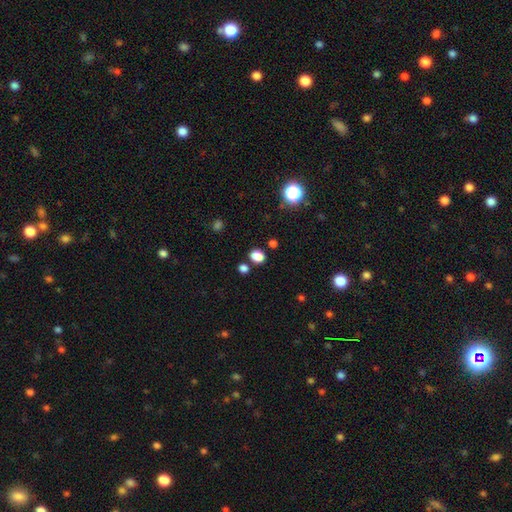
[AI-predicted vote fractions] Overall: smooth (79%). How rounded: in between (50%; round 49%). Merging: none (79%).